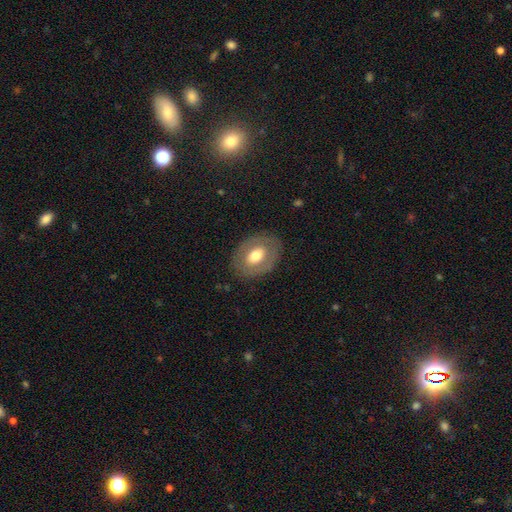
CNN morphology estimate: The model was most divided on "smooth or featured": smooth: 53%, featured or disk: 40%, star or artifact: 6%. More confident: merging — none (82%); how rounded — in between (77%).